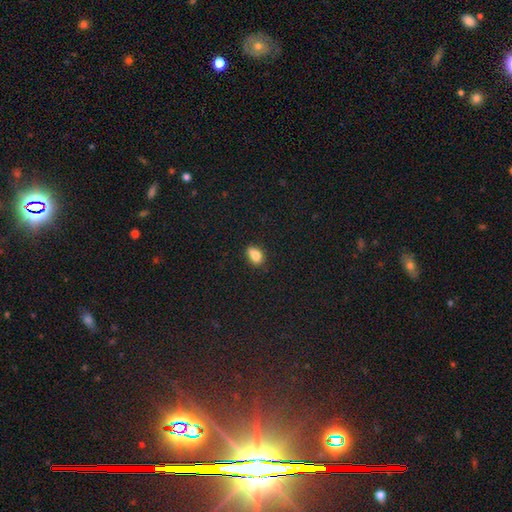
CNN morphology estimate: Smooth or featured? smooth (81%)
How rounded? in between (75%)
Merging? none (63%)